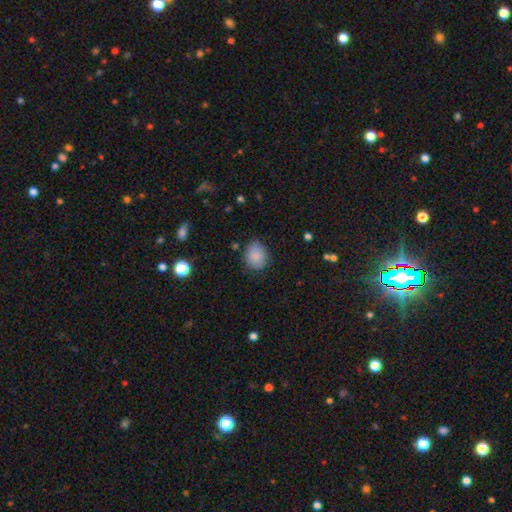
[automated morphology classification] type=smooth (85%); roundness=round (53%); merging=none (73%).